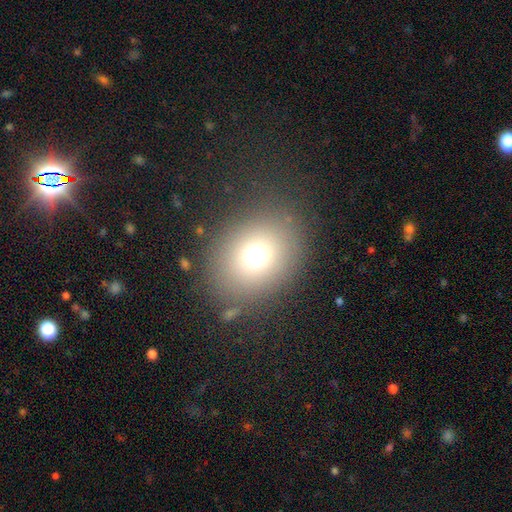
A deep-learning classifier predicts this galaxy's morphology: Smooth or featured? smooth (70%)
How rounded? round (61%)
Merging? none (81%)